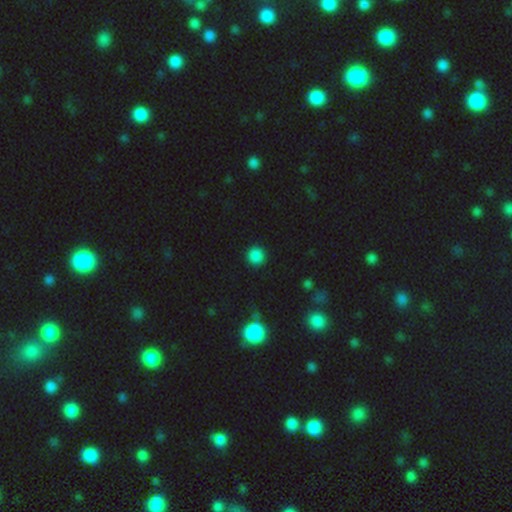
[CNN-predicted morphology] This appears to be a smooth galaxy with no disk features (83%) that is round (94%). Merging: none (92%).